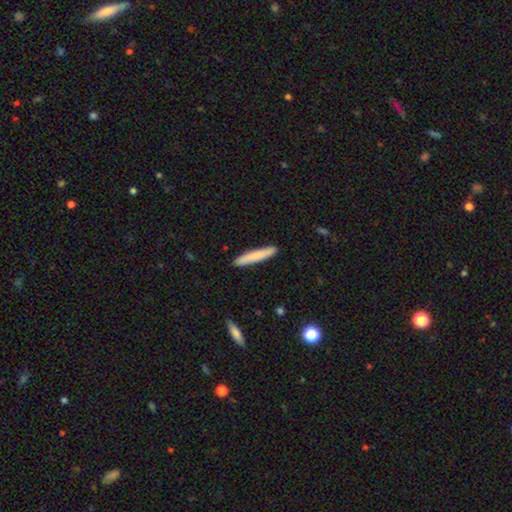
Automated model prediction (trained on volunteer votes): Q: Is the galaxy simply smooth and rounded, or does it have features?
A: smooth — 77%.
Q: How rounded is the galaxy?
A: cigar-shaped — 94%.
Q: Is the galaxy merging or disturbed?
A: none — 89%.